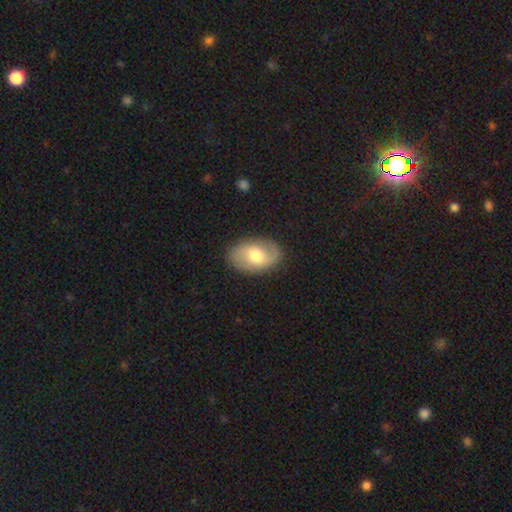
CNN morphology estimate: type=featured or disk (53%); edge-on=no (95%); bar=no (49%); spiral arms=yes (78%); bulge=moderate (66%); merging=none (83%).